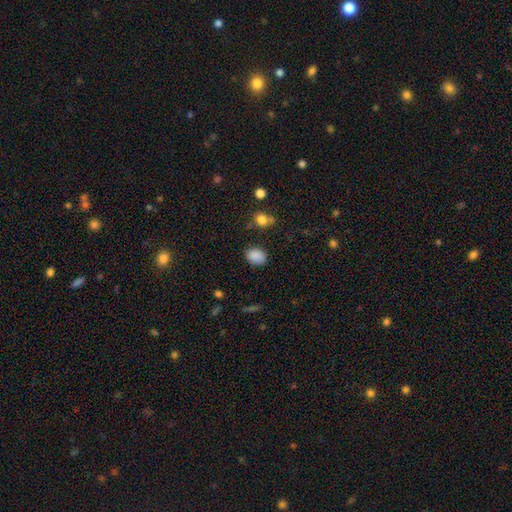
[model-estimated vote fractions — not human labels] Smooth or featured? Predicted: smooth (p=0.87). How rounded? Predicted: in between (p=0.67). Merging? Predicted: none (p=0.80).